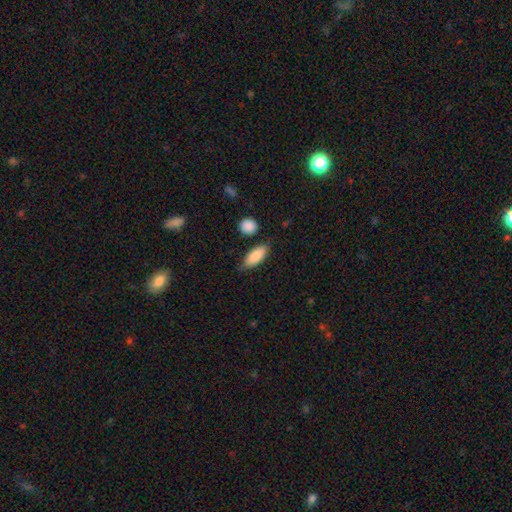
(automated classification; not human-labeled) This appears to be a smooth galaxy with no disk features (84%) that is in between round and cigar-shaped (79%). Merging: none (75%).